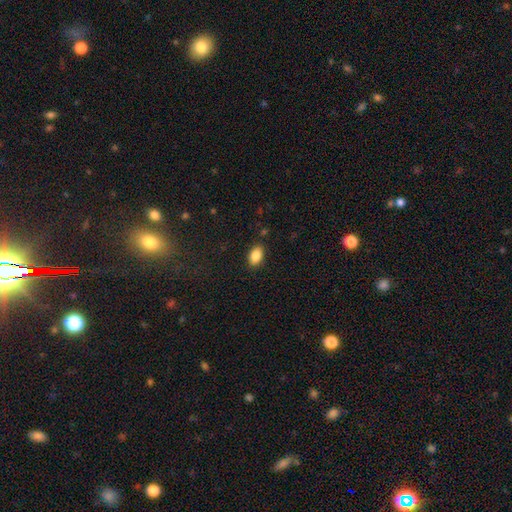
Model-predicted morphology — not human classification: This appears to be a smooth galaxy with no disk features (87%) that is in between round and cigar-shaped (90%). Merging: none (86%).